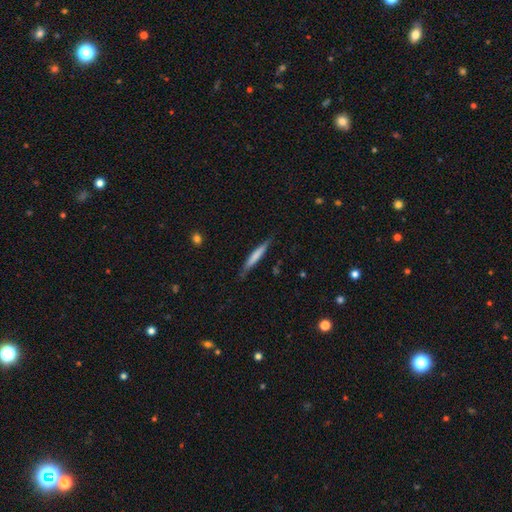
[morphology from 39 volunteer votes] Smooth or featured: smooth — 54% (featured or disk — 38%)
How rounded: cigar-shaped — 100%
Merging: none — 86% (minor disturbance — 14%)